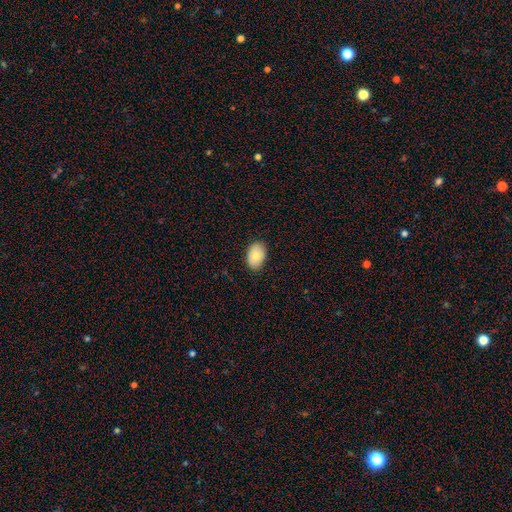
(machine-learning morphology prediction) The model was most divided on "smooth or featured": smooth: 80%, featured or disk: 13%, star or artifact: 7%. More confident: how rounded — in between (88%); merging — none (85%).